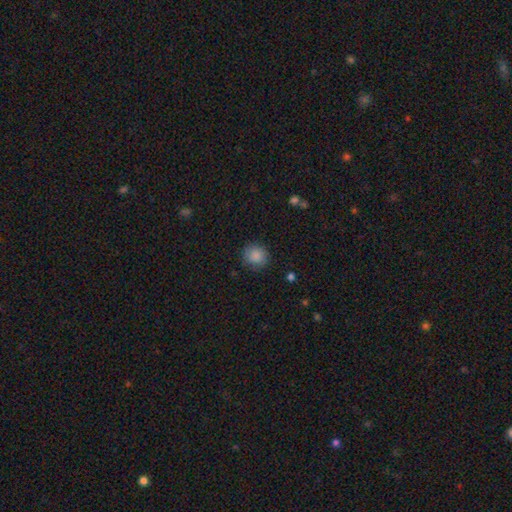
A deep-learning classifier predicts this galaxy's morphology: smooth-or-featured: smooth: 87% | star or artifact: 9% | featured or disk: 4%
  how-rounded: round: 90% | in between: 9% | cigar-shaped: 1%
  merging: none: 85% | minor disturbance: 11% | major disturbance: 3% | merger: 1%